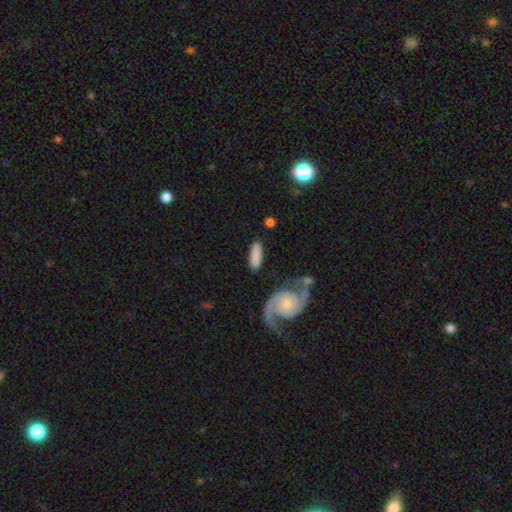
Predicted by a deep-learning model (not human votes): Smooth or featured?
  - smooth: 70% *
  - featured or disk: 24%
  - star or artifact: 6%
How rounded?
  - in between: 63% *
  - cigar-shaped: 35%
  - round: 3%
Merging?
  - none: 76% *
  - minor disturbance: 14%
  - merger: 6%
  - major disturbance: 5%